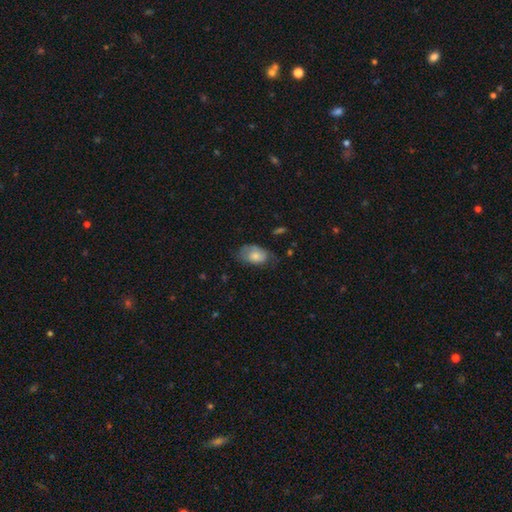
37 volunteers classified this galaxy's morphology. Overall: smooth (73%). How rounded: in between (93%). Merging: none (53%; minor disturbance 33%).